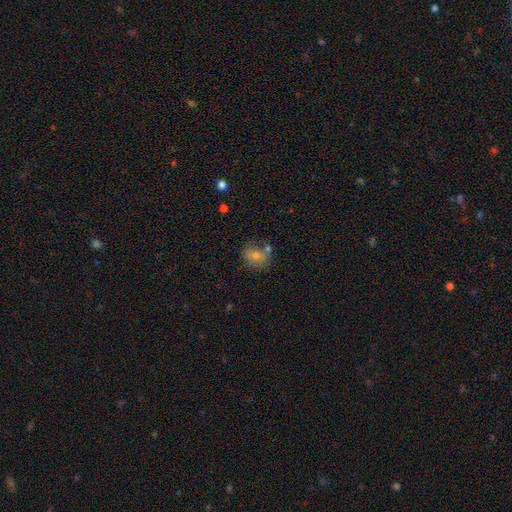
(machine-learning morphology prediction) smooth 62%, featured or disk 22%, star or artifact 16%. Down the decision tree: how rounded — round (64%); merging — none (66%).